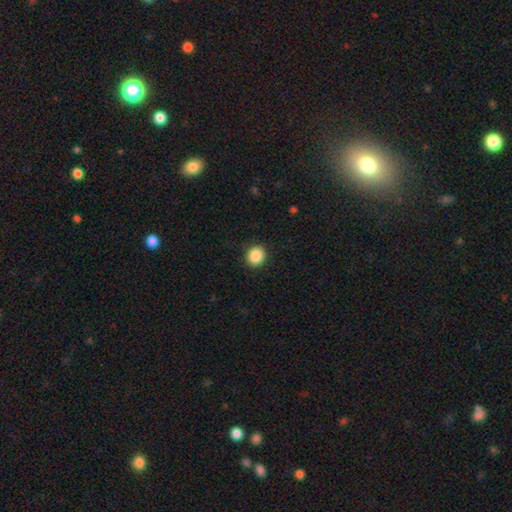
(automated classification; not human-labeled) The model was most divided on "how rounded": round: 84%, in between: 15%, cigar-shaped: 1%. More confident: merging — none (91%); smooth or featured — smooth (89%).